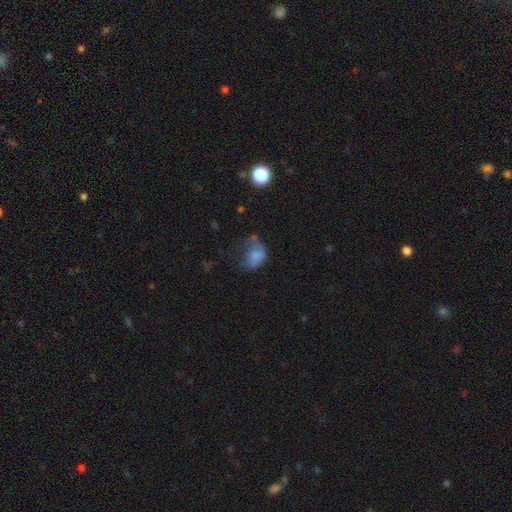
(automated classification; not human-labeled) Q: Smooth or featured?
A: smooth (71%); runner-up: featured or disk (17%)
Q: How rounded?
A: in between (79%); runner-up: round (19%)
Q: Merging?
A: major disturbance (34%); runner-up: minor disturbance (32%)